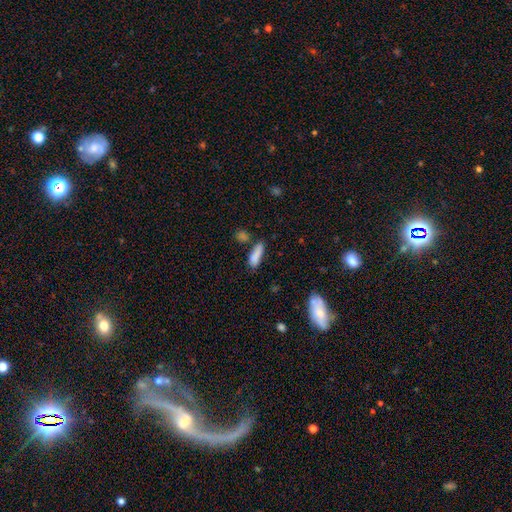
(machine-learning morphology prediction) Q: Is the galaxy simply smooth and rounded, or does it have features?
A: smooth — 84%.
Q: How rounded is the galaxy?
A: cigar-shaped — 53%.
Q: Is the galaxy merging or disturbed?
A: none — 57%.